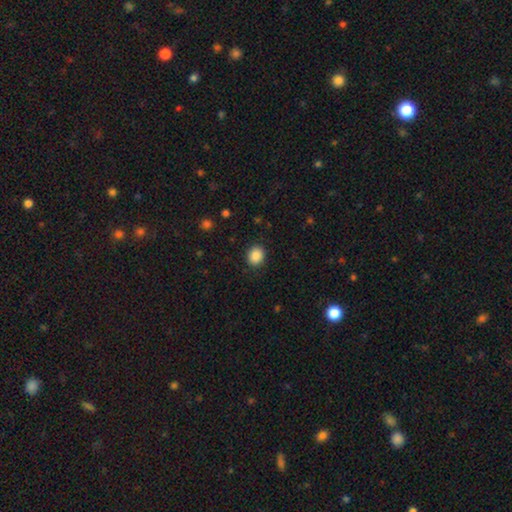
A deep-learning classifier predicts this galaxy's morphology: smooth_or_featured: smooth (p=0.88) [alt: star or artifact p=0.09]
how_rounded: round (p=0.66) [alt: in between p=0.33]
merging: none (p=0.89) [alt: minor disturbance p=0.07]